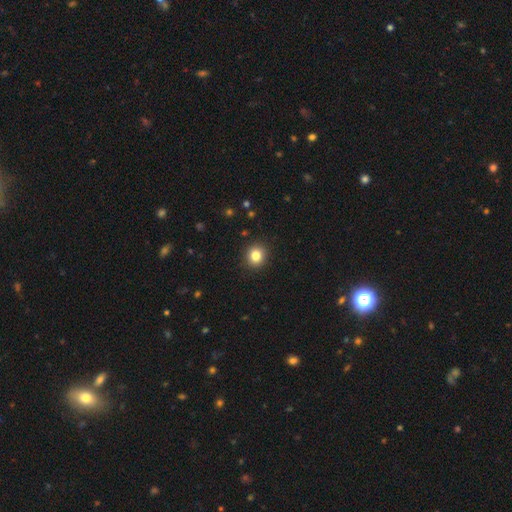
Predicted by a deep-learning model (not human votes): Morphology: type=smooth (83%); roundness=round (85%); merging=none (91%).